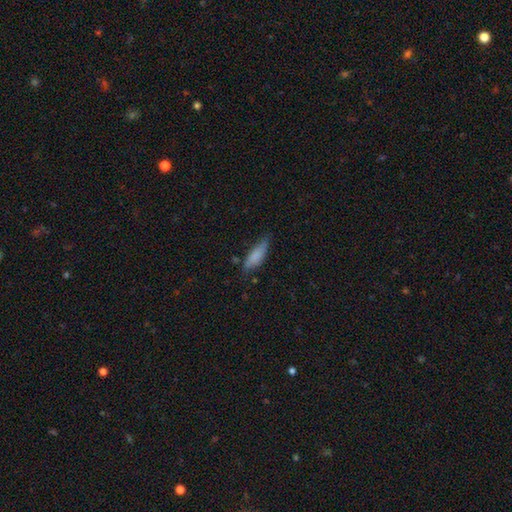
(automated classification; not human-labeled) smooth_or_featured: smooth (p=0.79) [alt: featured or disk p=0.14]
how_rounded: in between (p=0.55) [alt: cigar-shaped p=0.43]
merging: none (p=0.62) [alt: minor disturbance p=0.28]